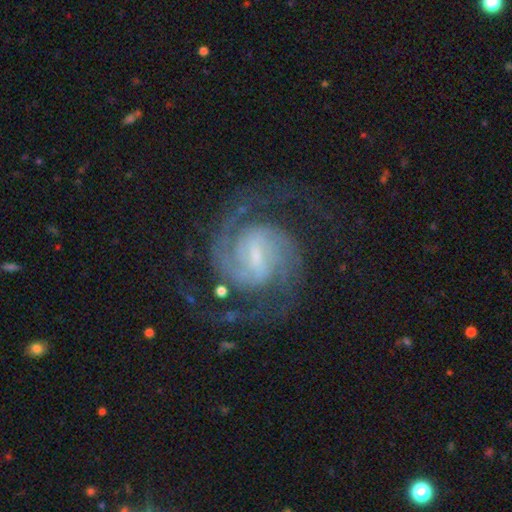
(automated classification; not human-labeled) featured or disk 92%, star or artifact 5%, smooth 3%. Down the decision tree: edge-on disk — no (98%); bar — weak (52%); spiral arms — yes (99%); spiral arm count — 2 (84%); spiral winding — medium (50%); bulge size — small (62%); merging — none (76%).